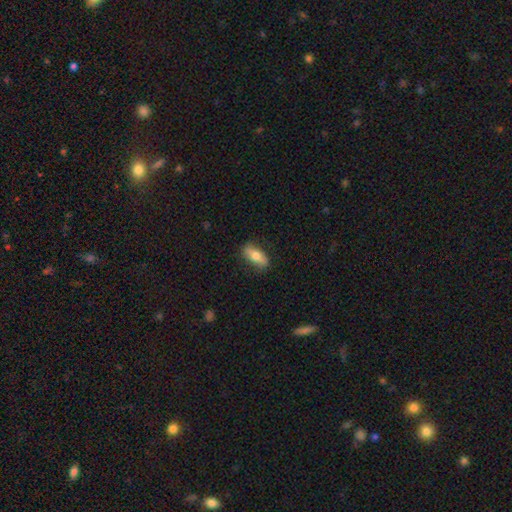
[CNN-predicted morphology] type=smooth (67%); roundness=in between (79%); merging=none (80%).